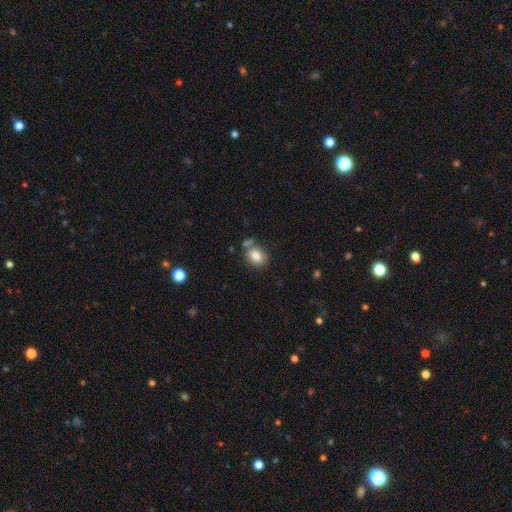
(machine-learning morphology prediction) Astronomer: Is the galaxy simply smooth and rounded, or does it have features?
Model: smooth — 83%.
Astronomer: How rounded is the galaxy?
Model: in between — 63%.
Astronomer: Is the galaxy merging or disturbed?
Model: none — 61%.